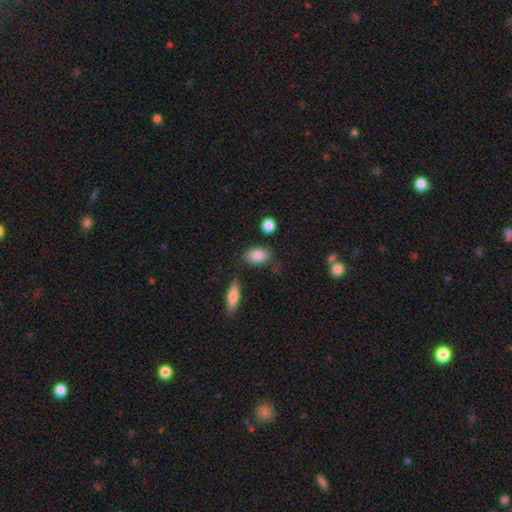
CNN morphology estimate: The model was most divided on "merging": none: 76%, minor disturbance: 15%, merger: 5%, major disturbance: 4%. More confident: smooth or featured — smooth (87%); how rounded — in between (84%).